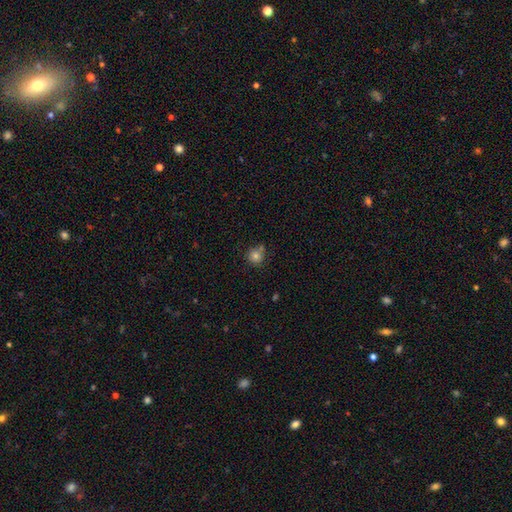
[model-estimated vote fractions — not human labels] smooth-or-featured: smooth: 80% | star or artifact: 12% | featured or disk: 9%
  how-rounded: round: 89% | in between: 10% | cigar-shaped: 1%
  merging: none: 67% | minor disturbance: 17% | merger: 12% | major disturbance: 4%